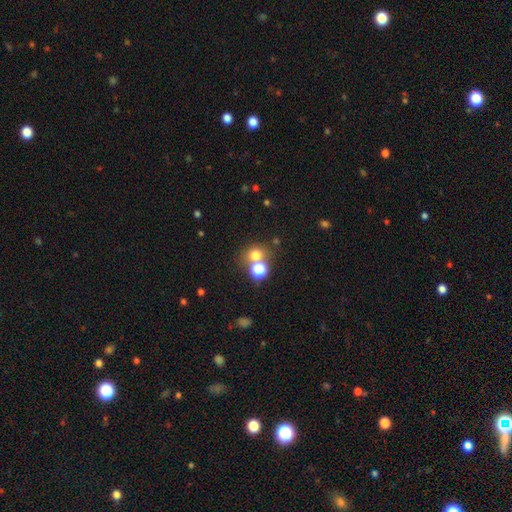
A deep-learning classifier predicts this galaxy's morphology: smooth-or-featured: smooth: 69% | star or artifact: 22% | featured or disk: 10%
  how-rounded: round: 78% | in between: 21% | cigar-shaped: 1%
  merging: none: 57% | merger: 31% | minor disturbance: 8% | major disturbance: 4%